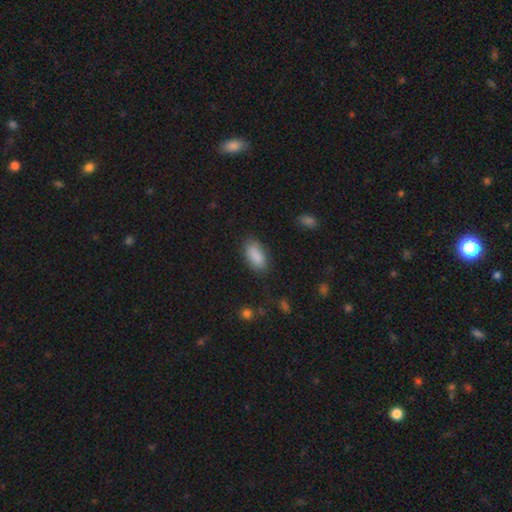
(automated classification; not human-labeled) Smooth or featured: smooth — 88% (star or artifact — 7%)
How rounded: in between — 90% (cigar-shaped — 7%)
Merging: none — 79% (minor disturbance — 15%)